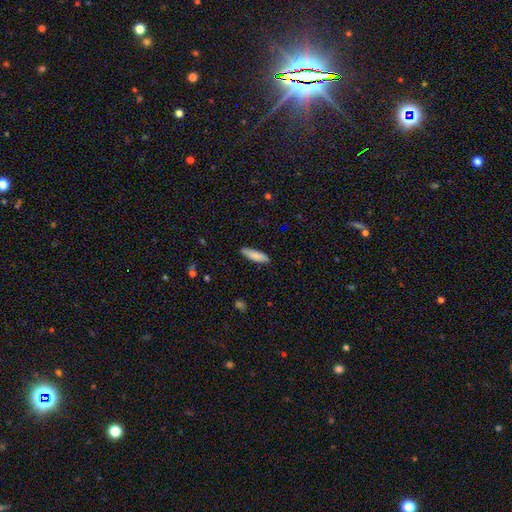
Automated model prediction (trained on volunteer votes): Smooth or featured: smooth — 83% (featured or disk — 11%)
How rounded: cigar-shaped — 65% (in between — 34%)
Merging: none — 86% (minor disturbance — 11%)